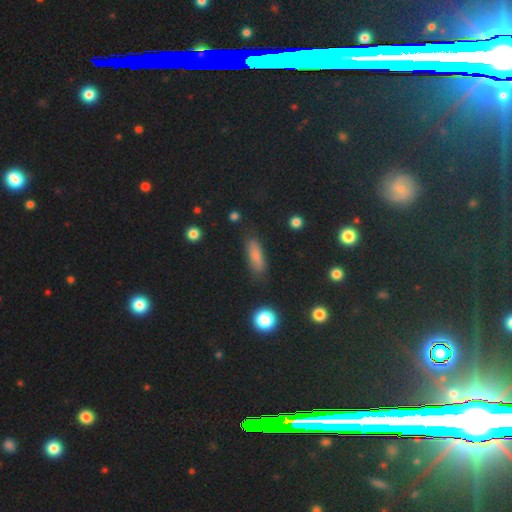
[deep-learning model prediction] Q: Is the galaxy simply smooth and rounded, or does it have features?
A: smooth — 77%.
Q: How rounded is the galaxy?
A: in between — 48%.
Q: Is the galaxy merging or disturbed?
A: none — 81%.